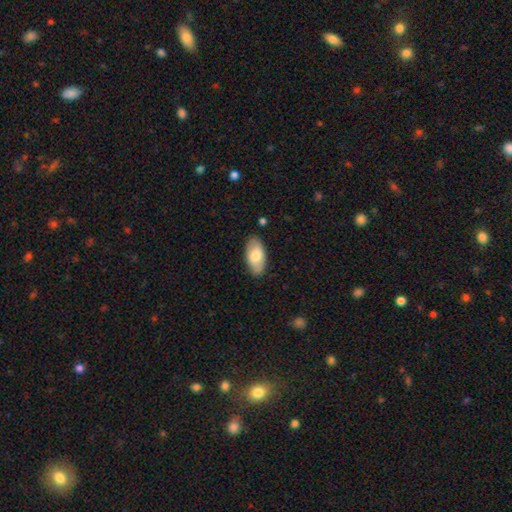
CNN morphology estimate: smooth 76%, featured or disk 18%, star or artifact 6%. Down the decision tree: how rounded — in between (93%); merging — none (84%).